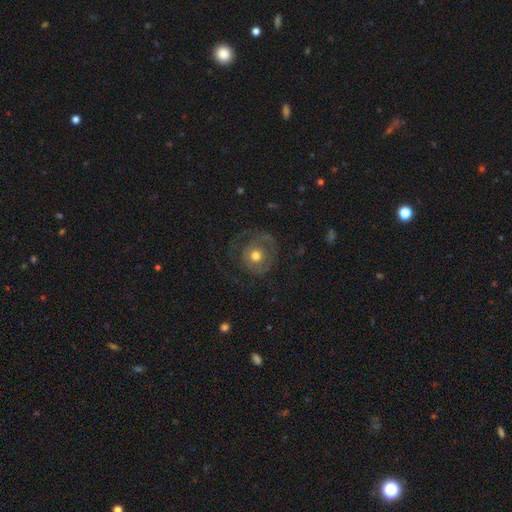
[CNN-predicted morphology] smooth_or_featured: featured or disk (p=0.49) [alt: smooth p=0.43]
merging: none (p=0.56) [alt: major disturbance p=0.24]